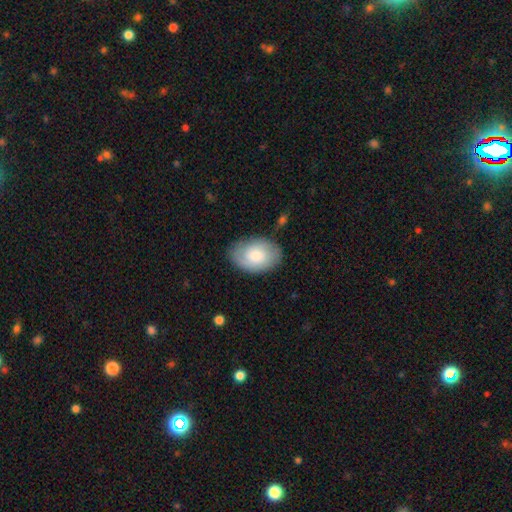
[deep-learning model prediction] smooth-or-featured: smooth: 73% | featured or disk: 21% | star or artifact: 6%
  how-rounded: in between: 87% | round: 12% | cigar-shaped: 1%
  merging: none: 78% | minor disturbance: 16% | major disturbance: 4% | merger: 2%